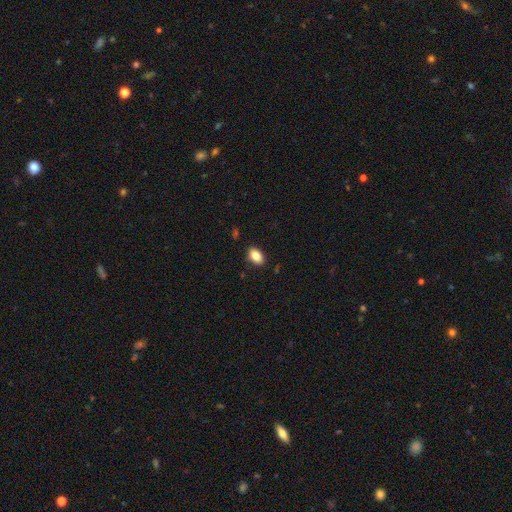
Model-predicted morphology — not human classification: smooth_or_featured: smooth (p=0.85) [alt: star or artifact p=0.08]
how_rounded: in between (p=0.90) [alt: round p=0.08]
merging: none (p=0.87) [alt: minor disturbance p=0.10]